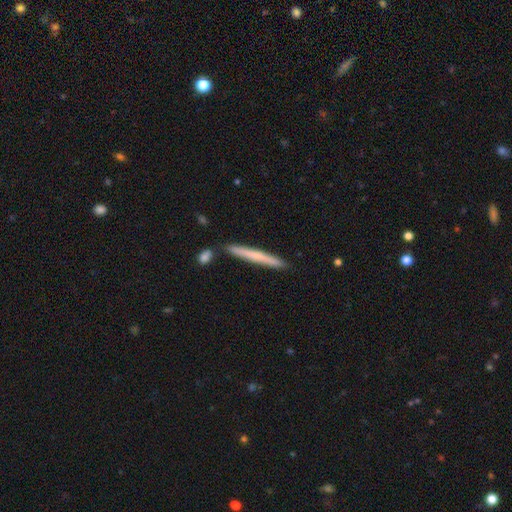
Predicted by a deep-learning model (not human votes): A smooth galaxy with no disk features (61%) that is cigar-shaped (97%). Merging: none (87%).